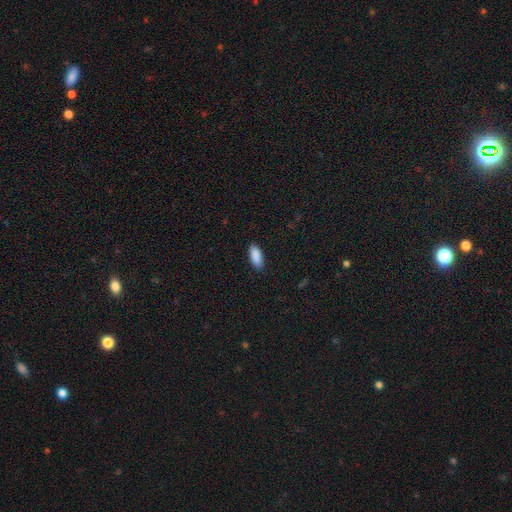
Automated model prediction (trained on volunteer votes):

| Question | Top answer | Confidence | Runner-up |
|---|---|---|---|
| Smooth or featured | smooth | 89% | star or artifact (6%) |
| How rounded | in between | 79% | cigar-shaped (20%) |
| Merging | none | 87% | minor disturbance (10%) |